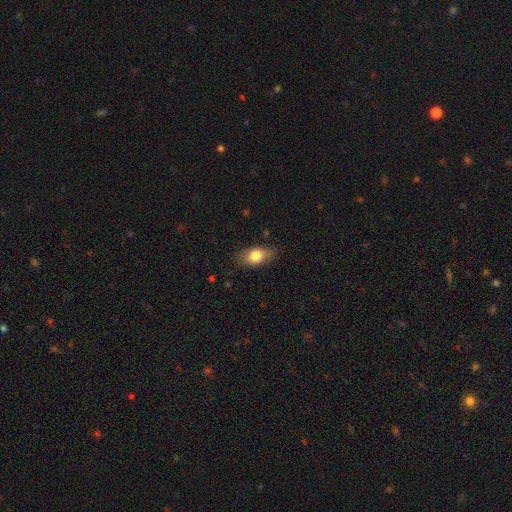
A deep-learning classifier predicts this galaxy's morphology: This is likely a smooth galaxy (79%). How rounded: clearly in between (84%). Merging: clearly none (81%).